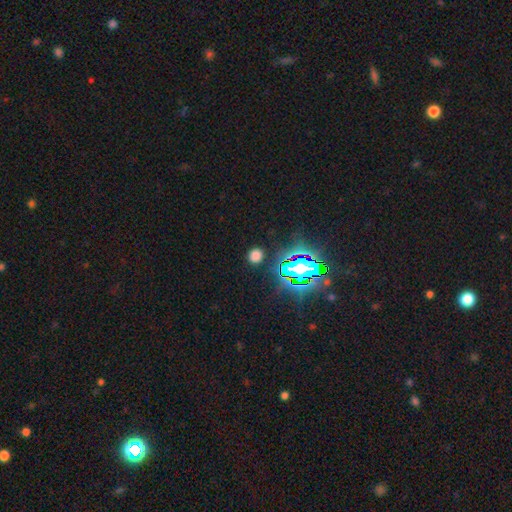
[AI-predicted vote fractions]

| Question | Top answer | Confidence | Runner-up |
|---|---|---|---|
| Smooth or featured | smooth | 64% | star or artifact (30%) |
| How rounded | round | 81% | in between (17%) |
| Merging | none | 87% | minor disturbance (7%) |